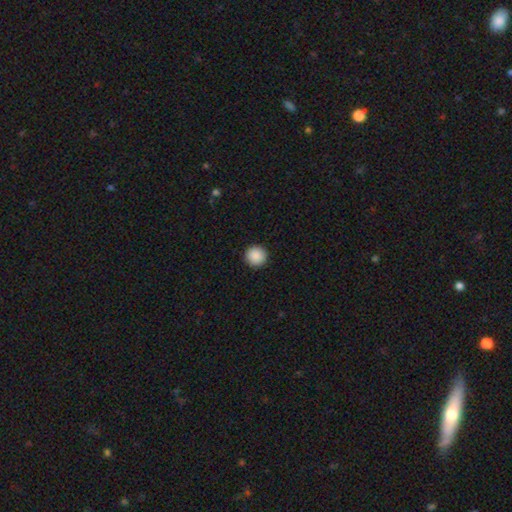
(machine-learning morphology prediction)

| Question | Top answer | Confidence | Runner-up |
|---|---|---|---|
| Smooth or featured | smooth | 89% | star or artifact (8%) |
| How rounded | round | 96% | in between (3%) |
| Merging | none | 93% | minor disturbance (4%) |